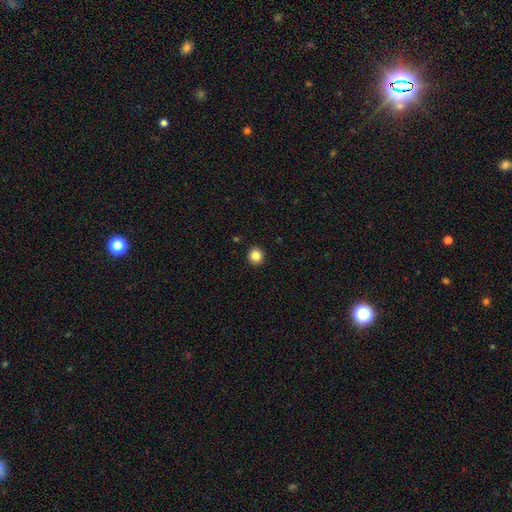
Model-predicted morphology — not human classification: Smooth or featured: smooth — 85% (star or artifact — 10%)
How rounded: round — 92% (in between — 7%)
Merging: none — 93% (minor disturbance — 5%)